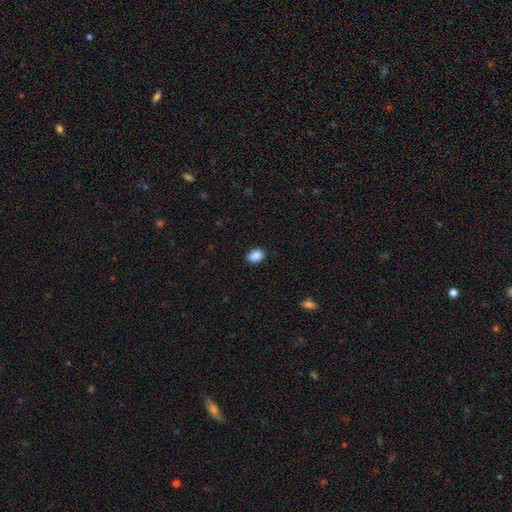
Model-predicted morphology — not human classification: Overall: smooth (89%). How rounded: in between (68%; round 31%). Merging: none (89%).